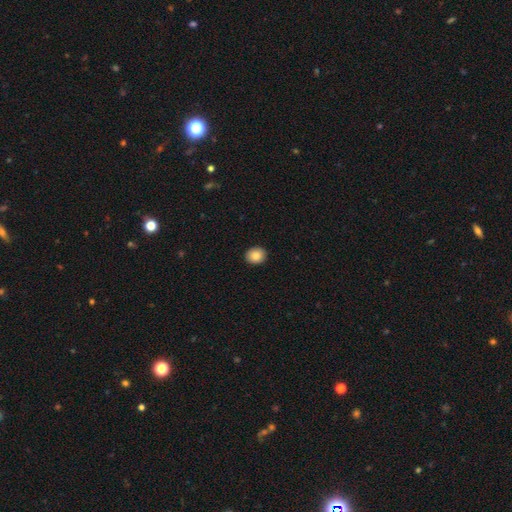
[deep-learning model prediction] Smooth or featured? smooth (87%)
How rounded? round (67%)
Merging? none (92%)